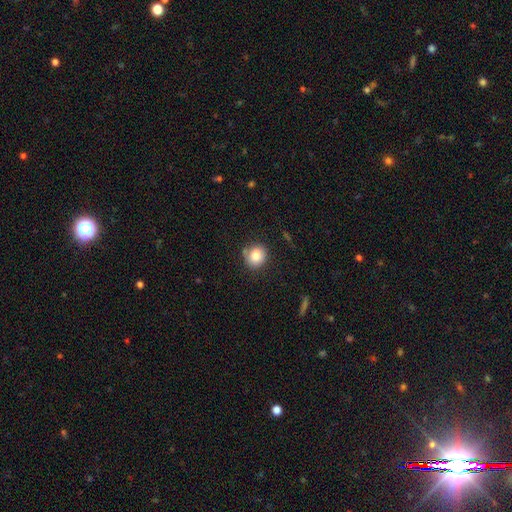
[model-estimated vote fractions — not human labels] This is clearly a smooth galaxy (83%). How rounded: clearly round (82%). Merging: likely none (76%).